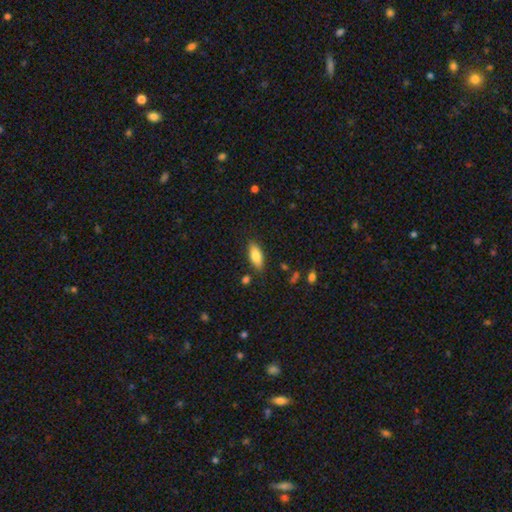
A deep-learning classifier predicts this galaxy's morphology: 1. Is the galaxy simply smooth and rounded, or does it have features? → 82% smooth, 11% featured or disk, 7% star or artifact.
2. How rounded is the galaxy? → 81% in between, 17% cigar-shaped, 2% round.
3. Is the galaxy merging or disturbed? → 82% none, 13% minor disturbance, 3% major disturbance, 3% merger.